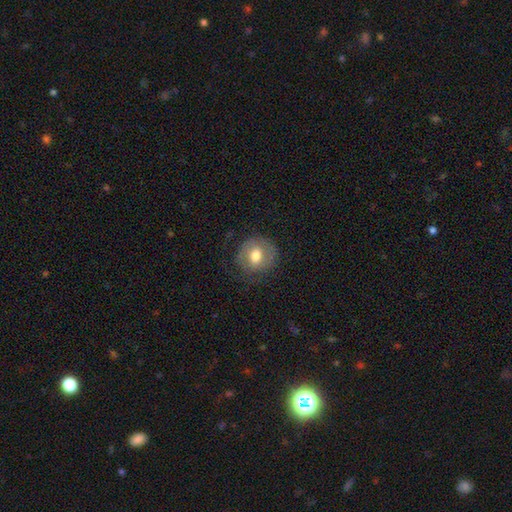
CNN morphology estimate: type=smooth (63%); roundness=round (82%); merging=none (73%).